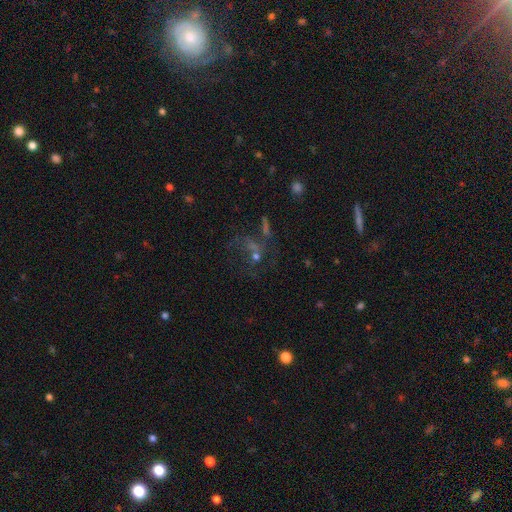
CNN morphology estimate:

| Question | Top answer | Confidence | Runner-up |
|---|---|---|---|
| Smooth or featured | star or artifact | 40% | featured or disk (35%) |